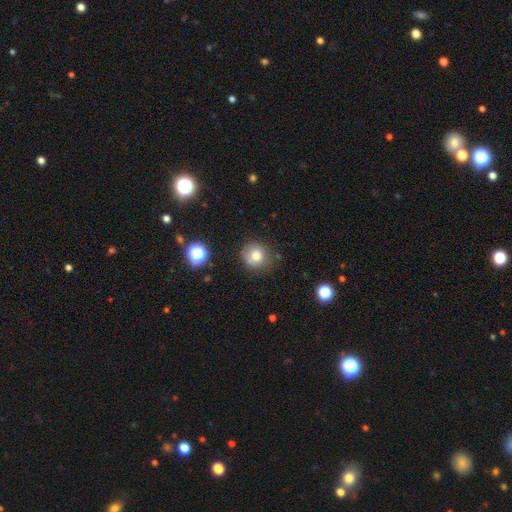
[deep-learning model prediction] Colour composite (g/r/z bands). It shows a smooth galaxy with no disk features (75%) that is round (86%). Merging: none (73%).